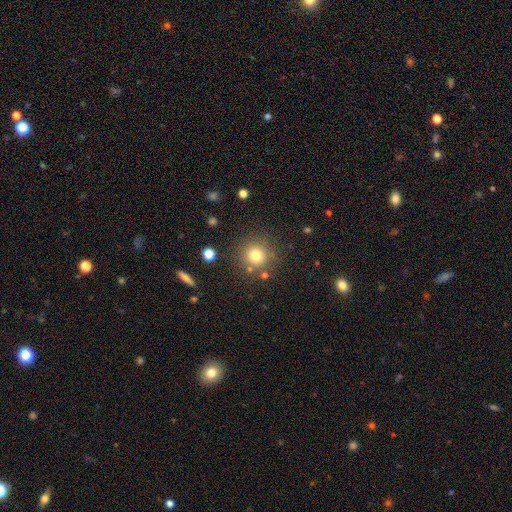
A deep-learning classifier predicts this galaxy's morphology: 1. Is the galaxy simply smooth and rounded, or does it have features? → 77% smooth, 14% star or artifact, 9% featured or disk.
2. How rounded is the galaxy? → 93% round, 6% in between, 1% cigar-shaped.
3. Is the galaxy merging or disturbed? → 82% none, 9% minor disturbance, 5% merger, 4% major disturbance.